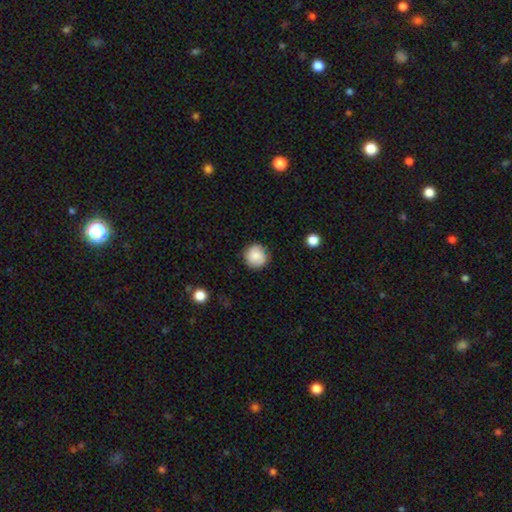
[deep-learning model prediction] This appears to be a smooth galaxy with no disk features (84%) that is round (93%). Merging: none (83%).